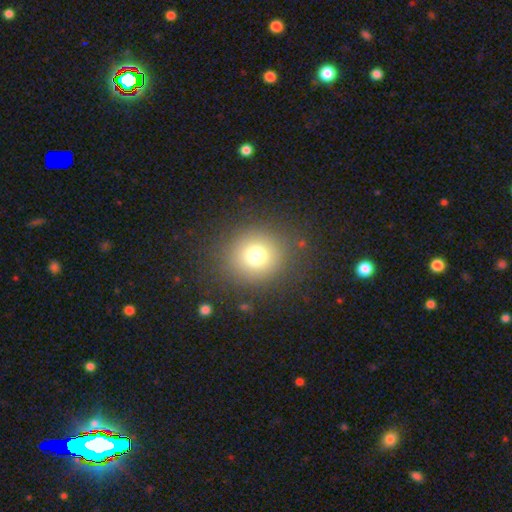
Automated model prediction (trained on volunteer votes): A smooth galaxy with no disk features (72%) that is round (90%).

Vote fractions:
- Smooth or featured? smooth: 72% / star or artifact: 17% / featured or disk: 11%
- How rounded? round: 90% / in between: 9% / cigar-shaped: 1%
- Merging? none: 85% / minor disturbance: 8% / major disturbance: 5% / merger: 1%